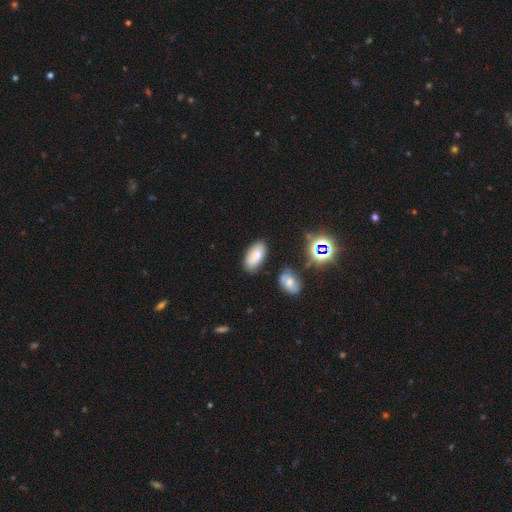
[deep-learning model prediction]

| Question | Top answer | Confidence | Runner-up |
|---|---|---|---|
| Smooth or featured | smooth | 76% | featured or disk (13%) |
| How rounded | in between | 93% | cigar-shaped (4%) |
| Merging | none | 80% | minor disturbance (13%) |